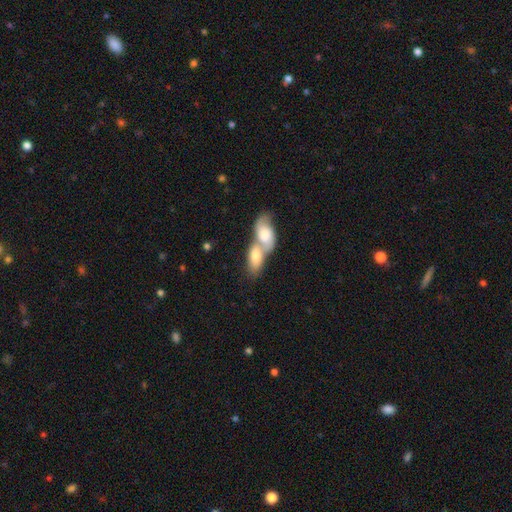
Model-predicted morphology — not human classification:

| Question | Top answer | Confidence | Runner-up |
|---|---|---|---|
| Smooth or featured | smooth | 68% | featured or disk (26%) |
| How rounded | in between | 86% | cigar-shaped (9%) |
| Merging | merger | 79% | none (13%) |